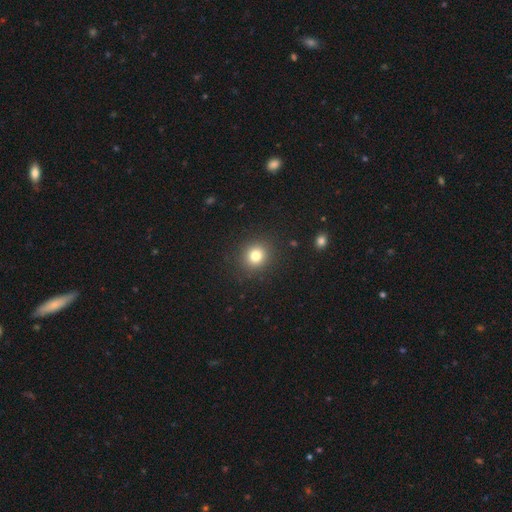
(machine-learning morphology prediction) Overall: smooth (80%). How rounded: round (85%). Merging: none (90%).